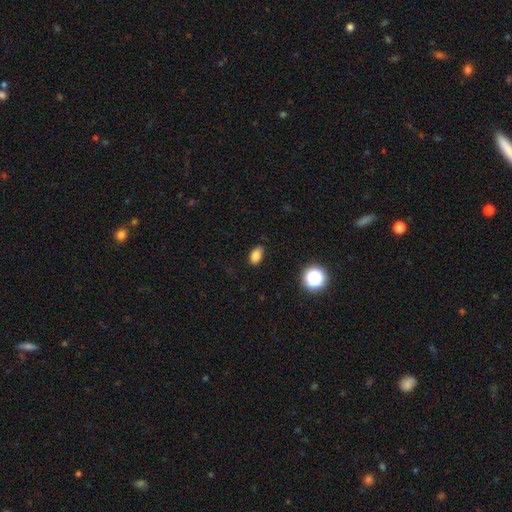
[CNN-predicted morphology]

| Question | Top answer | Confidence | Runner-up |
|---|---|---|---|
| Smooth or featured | smooth | 82% | star or artifact (12%) |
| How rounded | in between | 87% | round (11%) |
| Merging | none | 82% | minor disturbance (14%) |